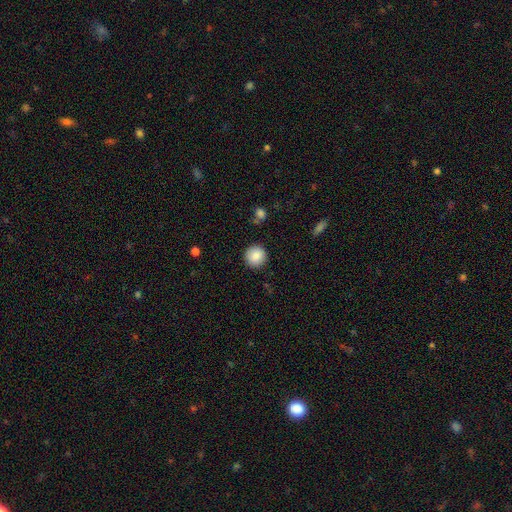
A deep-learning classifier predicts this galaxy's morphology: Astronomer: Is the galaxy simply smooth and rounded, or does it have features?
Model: smooth — 86%.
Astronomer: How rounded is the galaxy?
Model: round — 94%.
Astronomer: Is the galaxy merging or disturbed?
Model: none — 91%.